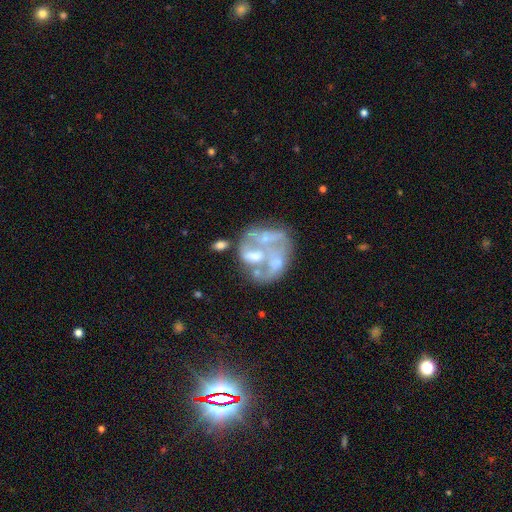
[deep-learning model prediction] featured or disk 70%, smooth 17%, star or artifact 13%. Down the decision tree: edge-on disk — no (98%); bar — no (86%); spiral arms — no (85%); bulge size — none (45%); merging — merger (34%).